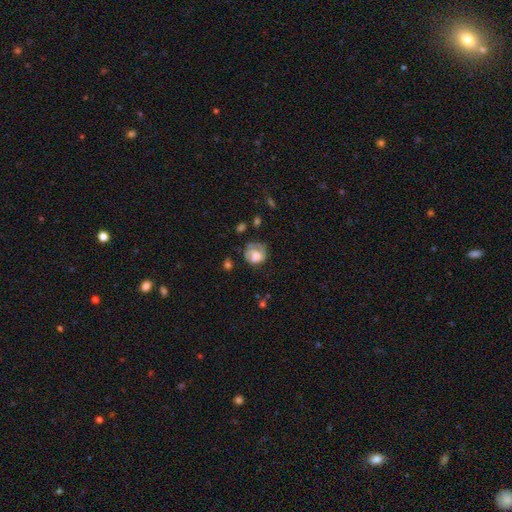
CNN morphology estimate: A smooth galaxy with no disk features (50%).

Vote fractions:
- Smooth or featured? smooth: 50% / featured or disk: 41% / star or artifact: 9%
- Merging? none: 45% / minor disturbance: 28% / major disturbance: 24% / merger: 3%